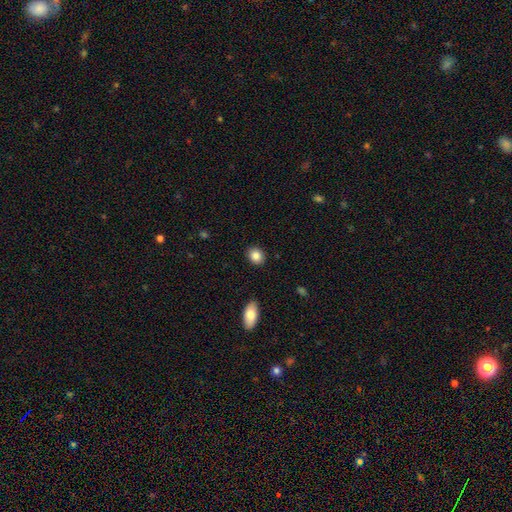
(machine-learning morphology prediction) Q: Smooth or featured?
A: smooth (85%); runner-up: star or artifact (9%)
Q: How rounded?
A: round (62%); runner-up: in between (37%)
Q: Merging?
A: none (90%); runner-up: minor disturbance (7%)